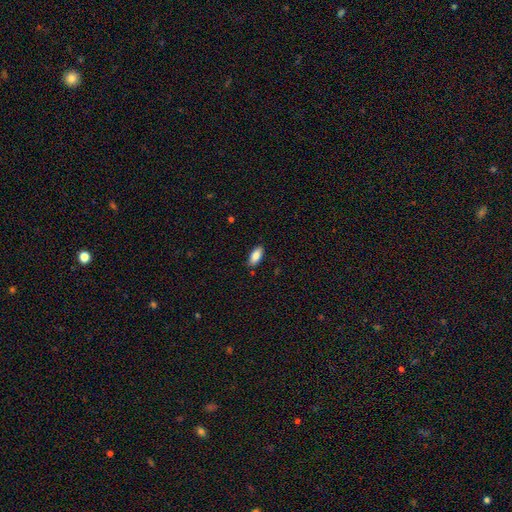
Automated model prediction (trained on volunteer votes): Smooth or featured? Predicted: smooth (p=0.86). How rounded? Predicted: in between (p=0.88). Merging? Predicted: none (p=0.86).